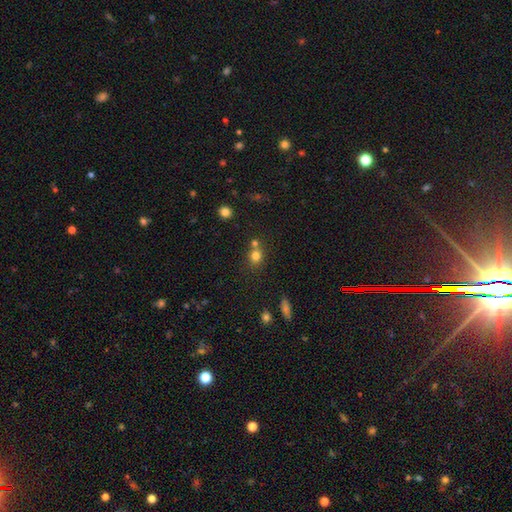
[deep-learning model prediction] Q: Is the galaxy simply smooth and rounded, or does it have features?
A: smooth — 77%.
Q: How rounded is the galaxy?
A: round — 77%.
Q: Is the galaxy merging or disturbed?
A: none — 59%.